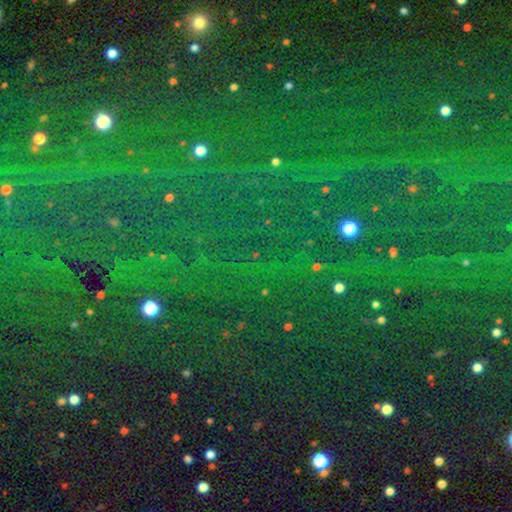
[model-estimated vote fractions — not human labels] Overall: star or artifact (75%).